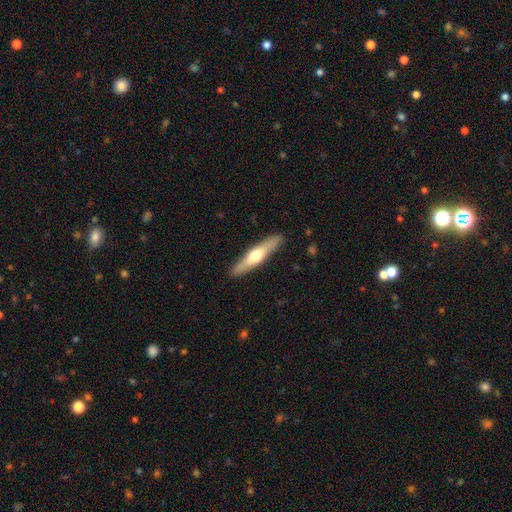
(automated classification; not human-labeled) The model was most divided on "smooth or featured": featured or disk: 51%, smooth: 44%, star or artifact: 5%. More confident: edge-on disk — yes (90%); merging — none (90%).